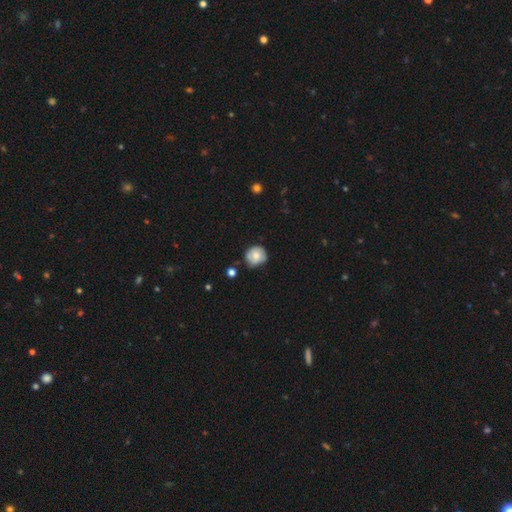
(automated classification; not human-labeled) This appears to be a smooth galaxy with no disk features (69%) that is round (83%). Merging: none (64%).